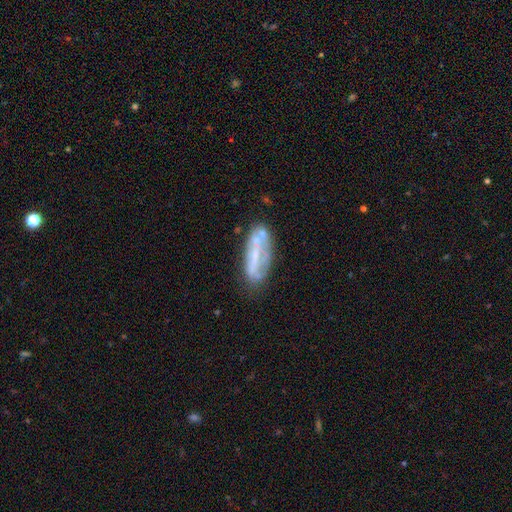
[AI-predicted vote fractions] Smooth or featured?
  - featured or disk: 59% *
  - smooth: 32%
  - star or artifact: 9%
Edge-on disk?
  - no: 78% *
  - yes: 22%
Merging?
  - none: 57% *
  - minor disturbance: 23%
  - major disturbance: 12%
  - merger: 8%